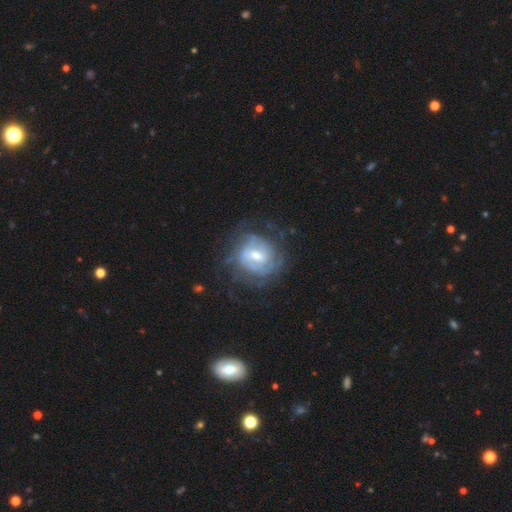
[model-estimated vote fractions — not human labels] Smooth or featured?
  - featured or disk: 74% *
  - smooth: 19%
  - star or artifact: 7%
Edge-on disk?
  - no: 97% *
  - yes: 3%
Bar?
  - weak: 54% *
  - no: 28%
  - strong: 18%
Spiral arms?
  - yes: 77% *
  - no: 23%
Spiral winding?
  - tight: 60% *
  - medium: 28%
  - loose: 12%
Spiral arm count?
  - can't tell: 54% *
  - 2: 21%
  - 3: 9%
  - 4: 6%
  - 1: 5%
  - more than 4: 4%
Bulge size?
  - moderate: 61% *
  - small: 27%
  - large: 9%
  - none: 2%
  - dominant: 1%
Merging?
  - none: 63% *
  - minor disturbance: 19%
  - major disturbance: 16%
  - merger: 2%